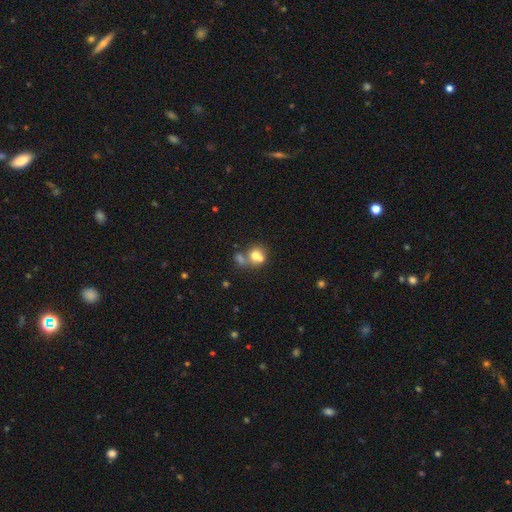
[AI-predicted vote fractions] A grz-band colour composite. It shows a smooth galaxy with no disk features (66%) that is round (74%). Merging: merger (55%).